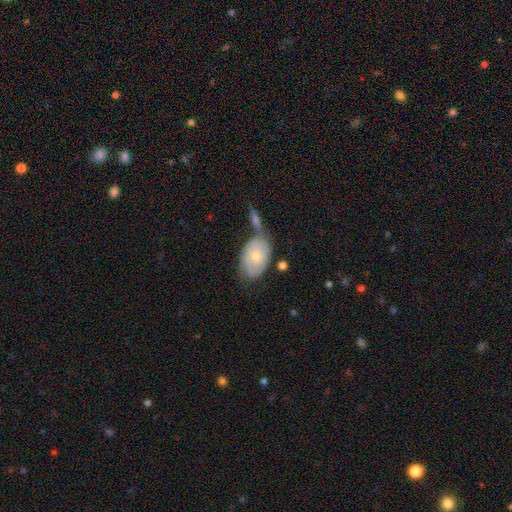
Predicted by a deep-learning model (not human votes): Morphology: type=smooth (57%); roundness=in between (87%); merging=none (47%).